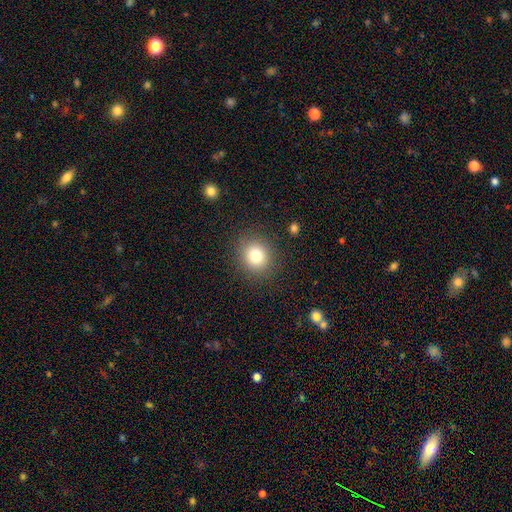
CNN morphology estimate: This appears to be a smooth galaxy with no disk features (79%) that is round (84%). Merging: none (88%).